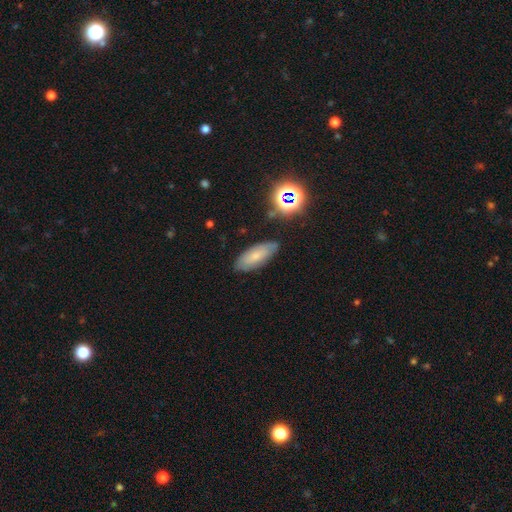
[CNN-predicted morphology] type=smooth (61%); roundness=in between (82%); merging=none (78%).